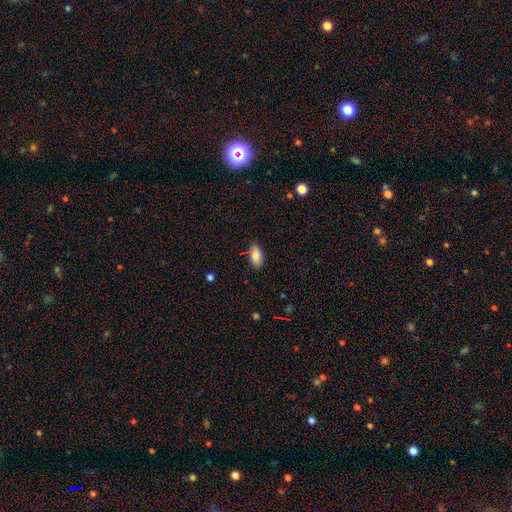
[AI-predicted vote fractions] Overall: smooth (82%). How rounded: in between (92%). Merging: none (74%).